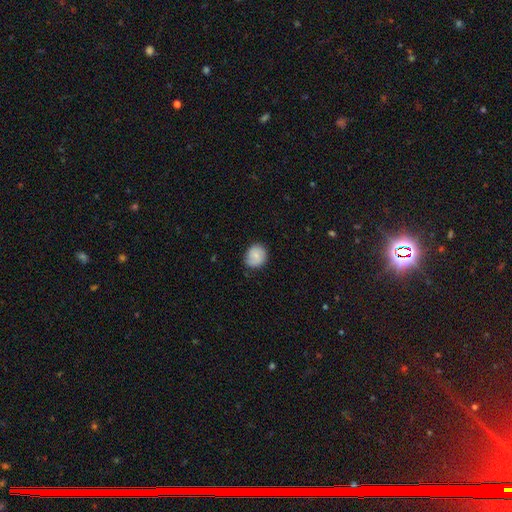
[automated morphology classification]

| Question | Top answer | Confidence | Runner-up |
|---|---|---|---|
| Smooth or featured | smooth | 71% | featured or disk (21%) |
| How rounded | round | 76% | in between (23%) |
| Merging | none | 78% | minor disturbance (18%) |